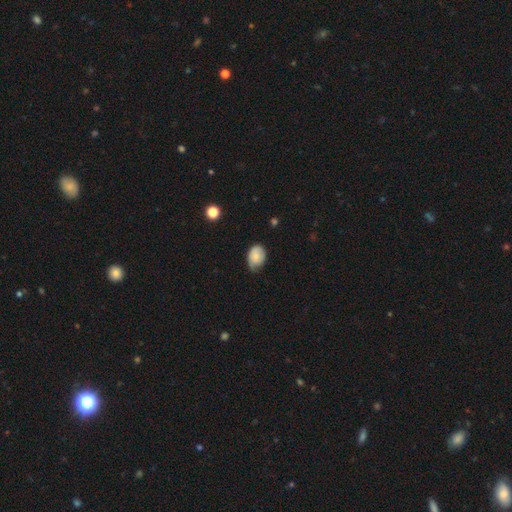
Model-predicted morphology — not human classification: Smooth or featured?
  - smooth: 72% *
  - featured or disk: 21%
  - star or artifact: 7%
How rounded?
  - in between: 75% *
  - round: 24%
  - cigar-shaped: 1%
Merging?
  - none: 49% *
  - minor disturbance: 41%
  - major disturbance: 9%
  - merger: 1%